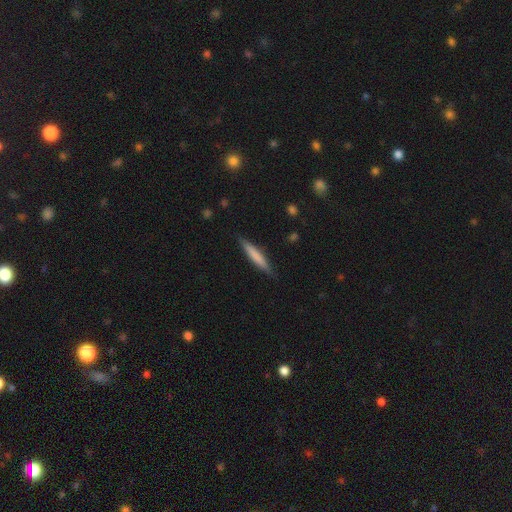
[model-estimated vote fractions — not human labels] Smooth or featured?
  - smooth: 69% *
  - featured or disk: 26%
  - star or artifact: 5%
How rounded?
  - cigar-shaped: 92% *
  - in between: 7%
  - round: 1%
Merging?
  - none: 87% *
  - minor disturbance: 10%
  - major disturbance: 2%
  - merger: 1%